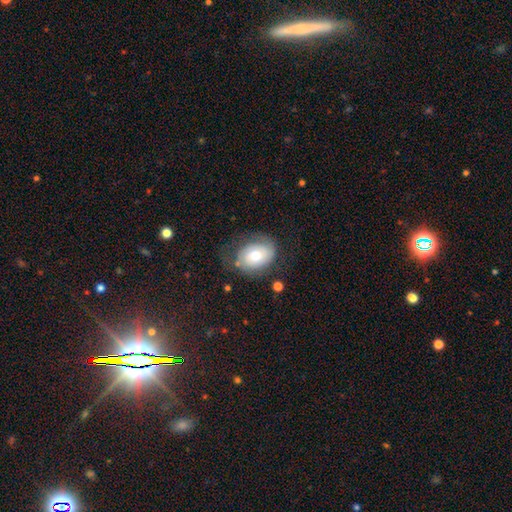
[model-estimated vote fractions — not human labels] This appears to be a smooth galaxy with no disk features (54%) that is in between round and cigar-shaped (65%). Merging: none (58%).